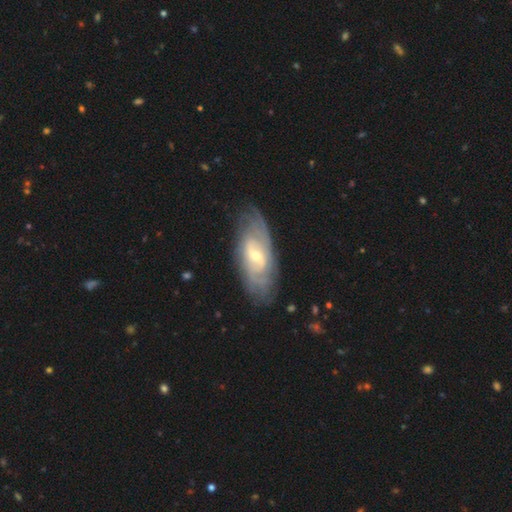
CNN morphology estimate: This is likely a featured or disk galaxy (78%). It is clearly not viewed edge-on (90%). Bar: possibly weak (51%). Spiral arm pattern: clearly yes (86%). Spiral arm count: possibly can't tell (47%). Spiral winding: possibly tight (57%). Central bulge: possibly small (56%). Merging: likely none (77%).